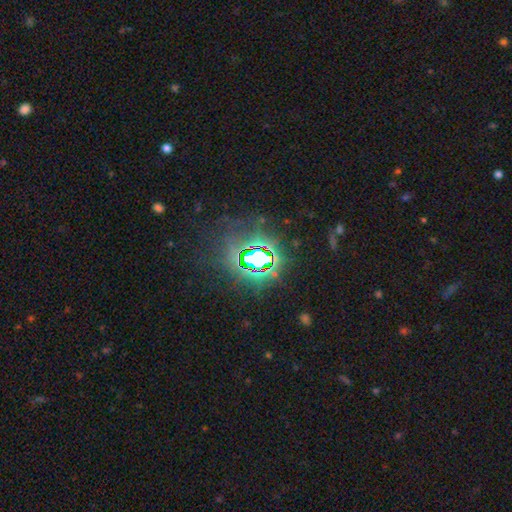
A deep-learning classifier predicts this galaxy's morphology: Smooth or featured?
  - star or artifact: 78% *
  - smooth: 11%
  - featured or disk: 10%